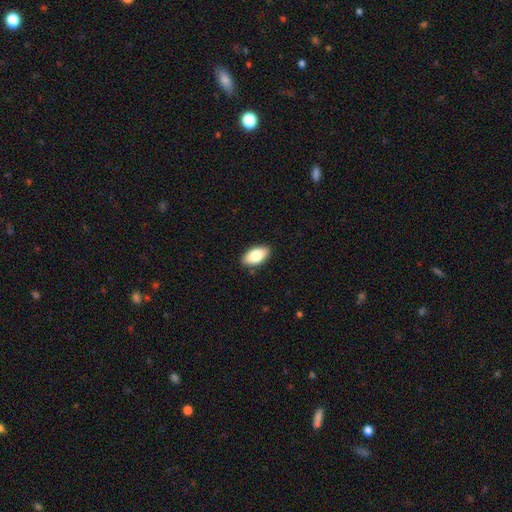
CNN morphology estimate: smooth_or_featured: smooth (p=0.81) [alt: featured or disk p=0.12]
how_rounded: in between (p=0.93) [alt: round p=0.04]
merging: none (p=0.88) [alt: minor disturbance p=0.09]